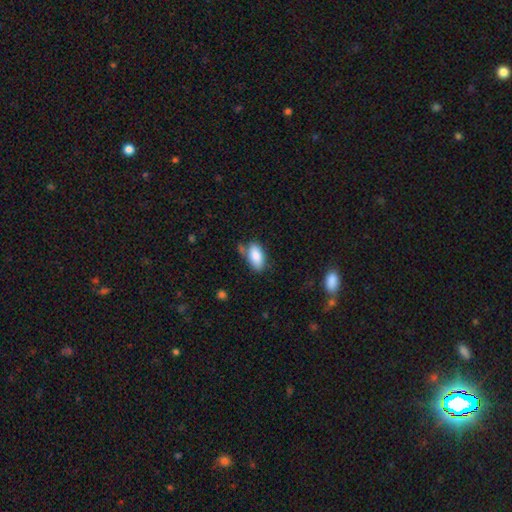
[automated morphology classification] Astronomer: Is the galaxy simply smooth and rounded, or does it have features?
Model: smooth — 85%.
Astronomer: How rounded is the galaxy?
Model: in between — 92%.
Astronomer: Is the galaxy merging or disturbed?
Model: none — 67%.